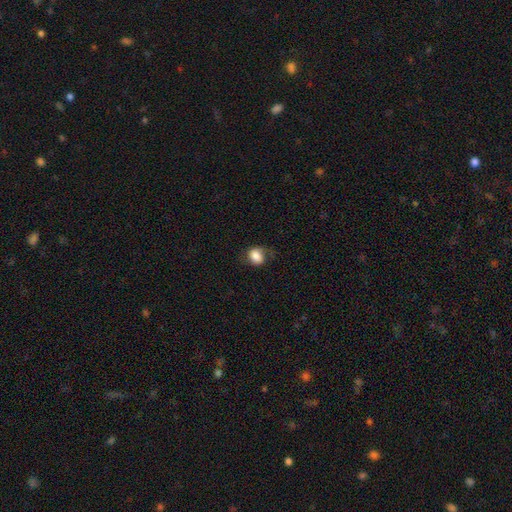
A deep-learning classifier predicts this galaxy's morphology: A smooth galaxy with no disk features (78%) that is round (51%).

Vote fractions:
- Smooth or featured? smooth: 78% / featured or disk: 13% / star or artifact: 9%
- How rounded? round: 51% / in between: 48% / cigar-shaped: 1%
- Merging? none: 60% / minor disturbance: 25% / major disturbance: 14% / merger: 1%